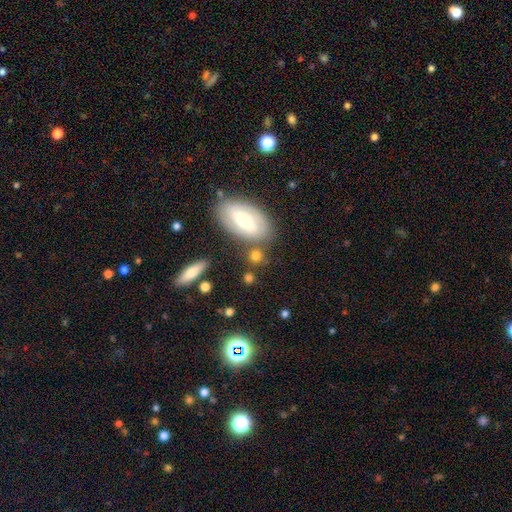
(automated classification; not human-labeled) This is likely a smooth galaxy (68%). How rounded: possibly round (50%). Merging: likely none (69%).